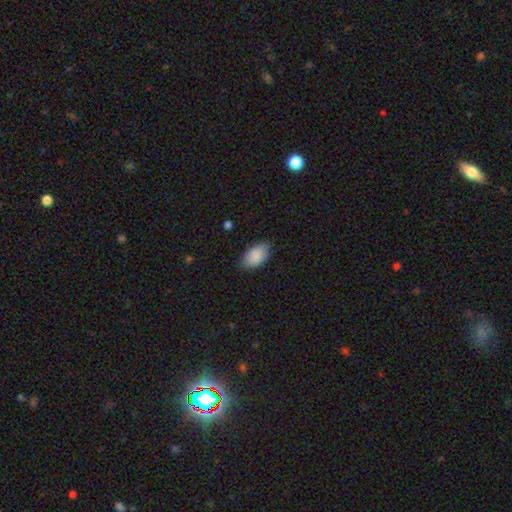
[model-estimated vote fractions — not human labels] A smooth galaxy with no disk features (87%) that is in between round and cigar-shaped (94%). Merging: none (80%).